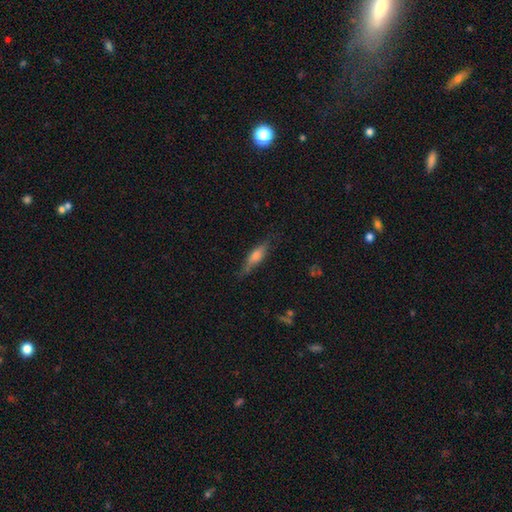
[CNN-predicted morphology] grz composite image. It shows a smooth galaxy with no disk features (51%) that is cigar-shaped (68%). Merging: none (75%).